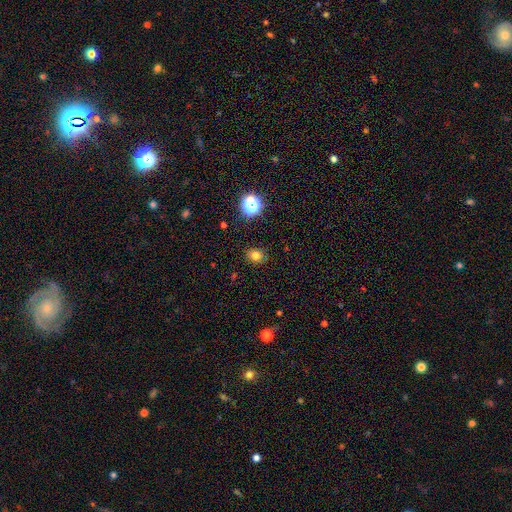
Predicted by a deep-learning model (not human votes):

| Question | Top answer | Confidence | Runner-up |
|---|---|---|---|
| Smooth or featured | smooth | 75% | star or artifact (17%) |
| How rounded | round | 51% | in between (48%) |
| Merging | none | 87% | minor disturbance (10%) |